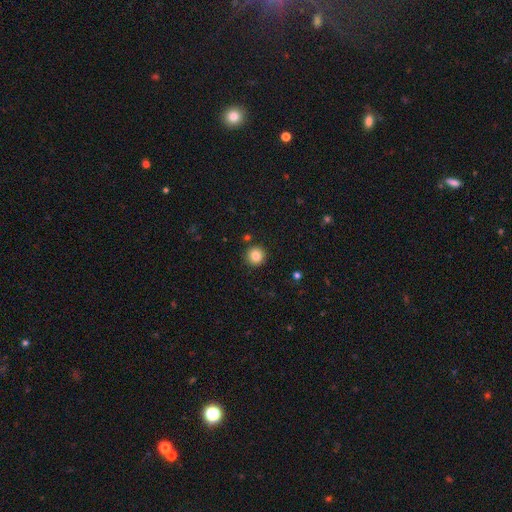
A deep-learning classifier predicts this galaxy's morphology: This appears to be a smooth galaxy with no disk features (85%) that is round (95%). Merging: none (90%).